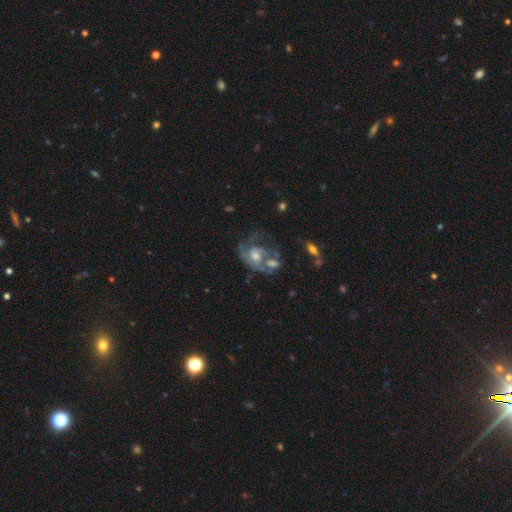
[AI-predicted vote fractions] Smooth or featured? Predicted: featured or disk (p=0.76). Edge-on disk? Predicted: no (p=0.97). Bar? Predicted: no (p=0.73). Spiral arms? Predicted: yes (p=0.79). Spiral winding? Predicted: medium (p=0.42). Spiral arm count? Predicted: 2 (p=0.35). Bulge size? Predicted: moderate (p=0.61). Merging? Predicted: none (p=0.33).